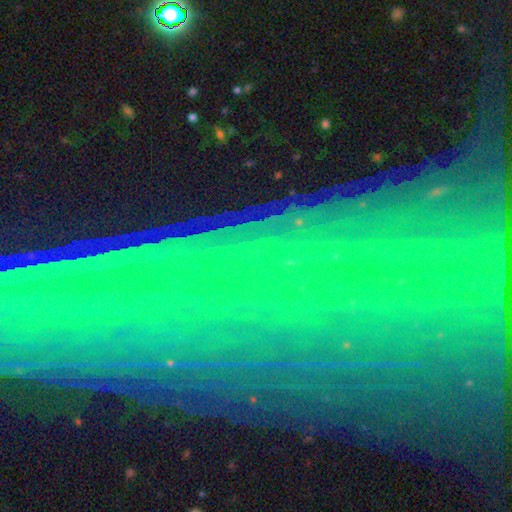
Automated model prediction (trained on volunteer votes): star or artifact 77%, featured or disk 13%, smooth 10%.